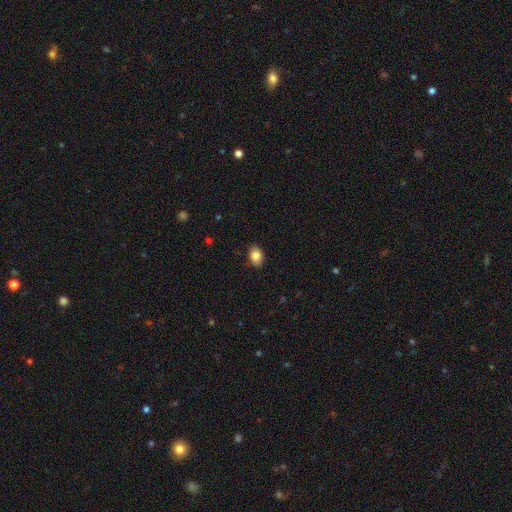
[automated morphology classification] A smooth galaxy with no disk features (85%) that is in between round and cigar-shaped (78%). Merging: none (88%).